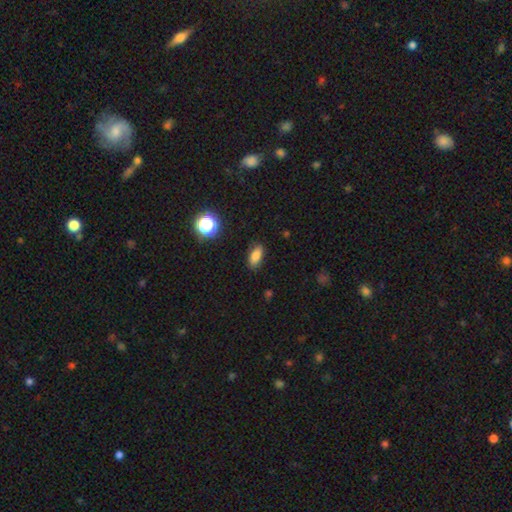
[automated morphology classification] Overall: smooth (82%). How rounded: in between (83%). Merging: none (85%).